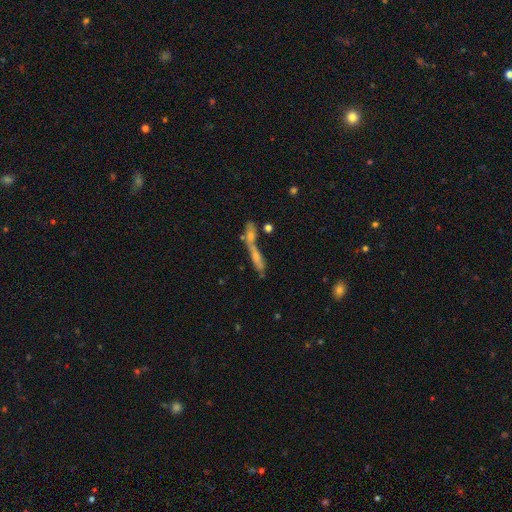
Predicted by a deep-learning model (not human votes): Overall: featured or disk (46%; smooth 37%). Merging: merger (46%; none 34%).